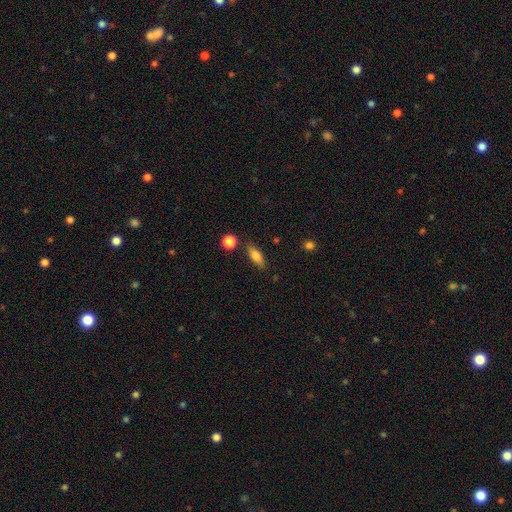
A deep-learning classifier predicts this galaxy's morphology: This appears to be a smooth galaxy with no disk features (79%) that is in between round and cigar-shaped (71%). Merging: none (81%).